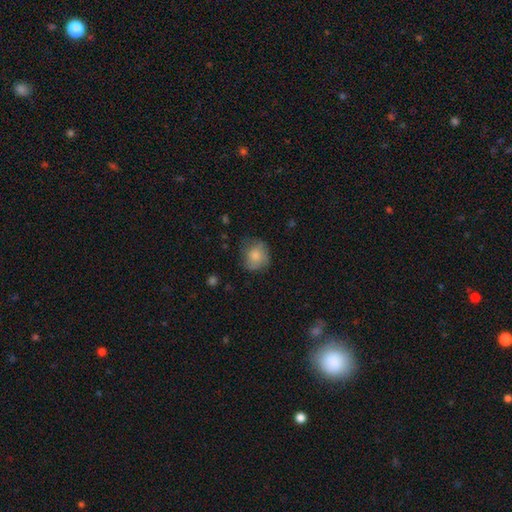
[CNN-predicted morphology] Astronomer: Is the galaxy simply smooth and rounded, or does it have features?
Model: smooth — 78%.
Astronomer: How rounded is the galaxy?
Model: round — 72%.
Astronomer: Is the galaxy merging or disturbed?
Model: none — 62%.